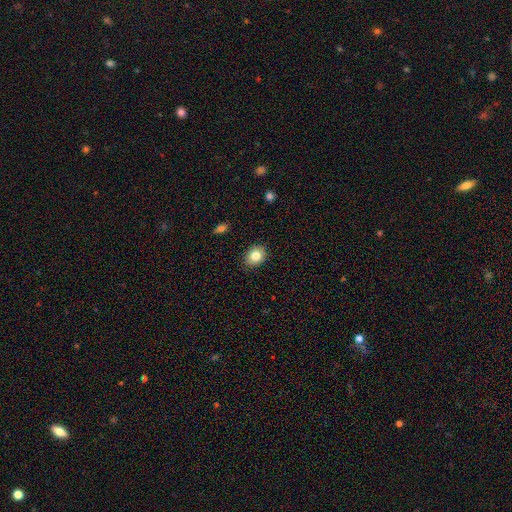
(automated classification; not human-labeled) A smooth galaxy with no disk features (82%) that is in between round and cigar-shaped (50%). Merging: none (88%).